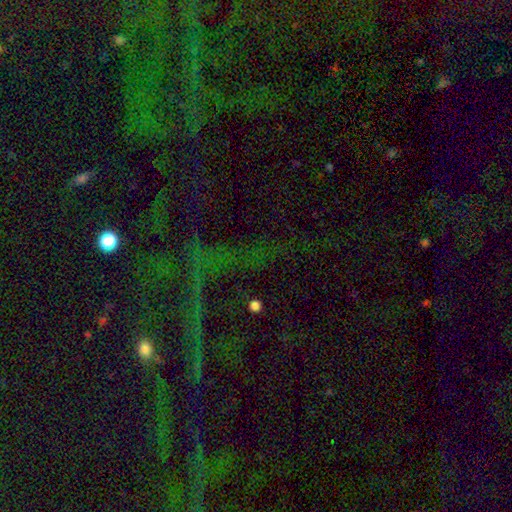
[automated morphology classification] smooth_or_featured: star or artifact (p=0.74) [alt: smooth p=0.13]